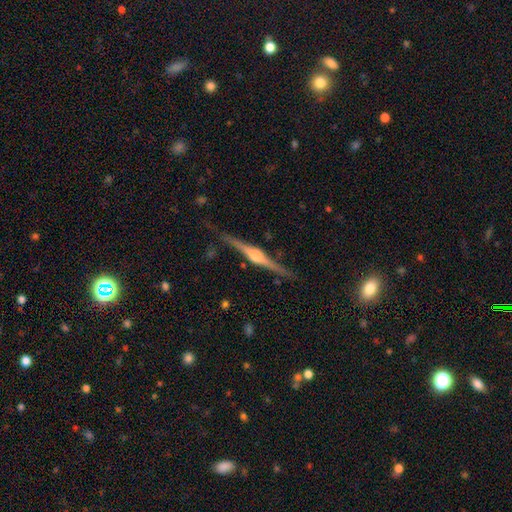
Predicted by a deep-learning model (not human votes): A featured or disk galaxy (86%) viewed edge-on (98%) with a rounded central bulge (91%). Merging: none (86%).